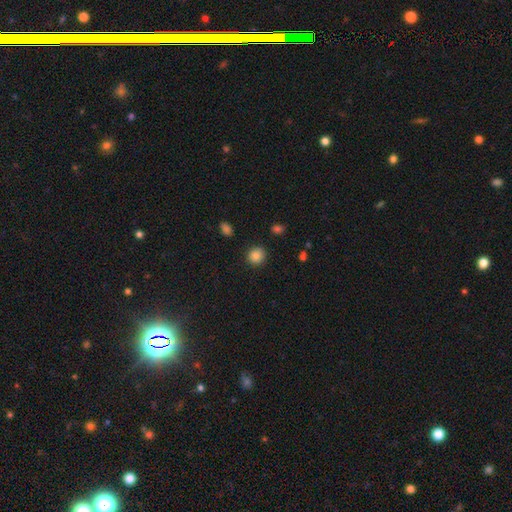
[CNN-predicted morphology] Smooth or featured? Predicted: smooth (p=0.84). How rounded? Predicted: round (p=0.90). Merging? Predicted: none (p=0.90).